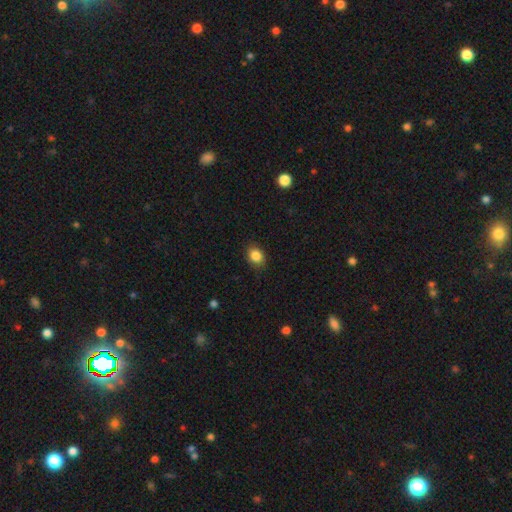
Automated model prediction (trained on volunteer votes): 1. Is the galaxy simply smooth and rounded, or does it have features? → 86% smooth, 10% star or artifact, 5% featured or disk.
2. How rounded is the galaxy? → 51% in between, 48% round, 1% cigar-shaped.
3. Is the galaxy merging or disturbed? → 86% none, 10% minor disturbance, 3% major disturbance, 1% merger.